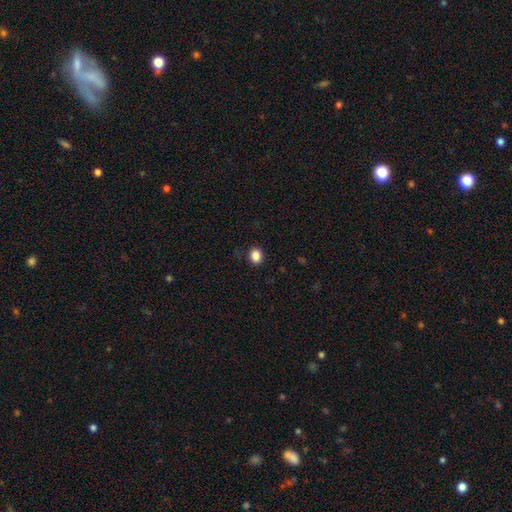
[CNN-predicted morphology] The model was most divided on "how rounded": round: 51%, in between: 48%, cigar-shaped: 1%. More confident: merging — none (89%); smooth or featured — smooth (87%).